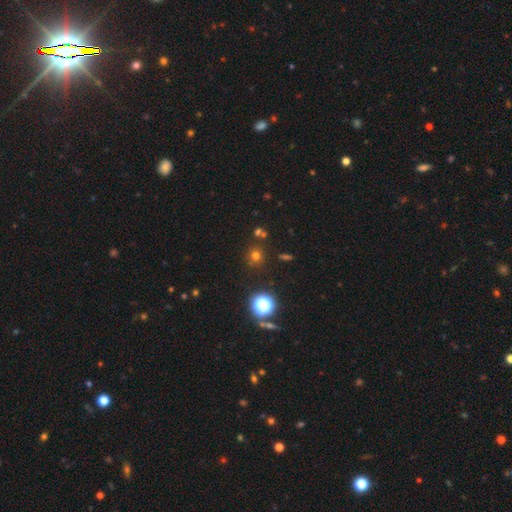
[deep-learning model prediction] Q: Smooth or featured?
A: smooth (63%); runner-up: star or artifact (29%)
Q: How rounded?
A: round (91%); runner-up: in between (8%)
Q: Merging?
A: none (82%); runner-up: merger (8%)